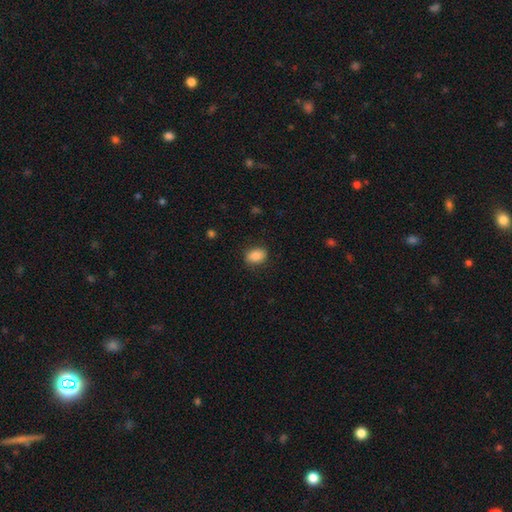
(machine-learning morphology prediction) Q: Smooth or featured?
A: smooth (85%); runner-up: star or artifact (8%)
Q: How rounded?
A: in between (78%); runner-up: round (20%)
Q: Merging?
A: none (84%); runner-up: minor disturbance (12%)